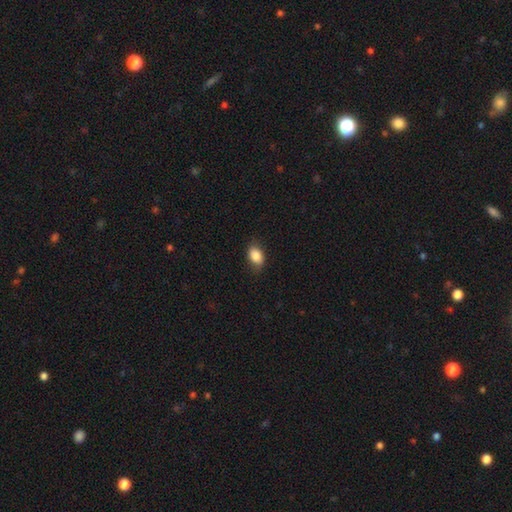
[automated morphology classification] A smooth galaxy with no disk features (86%) that is in between round and cigar-shaped (83%).

Vote fractions:
- Smooth or featured? smooth: 86% / star or artifact: 8% / featured or disk: 6%
- How rounded? in between: 83% / round: 16% / cigar-shaped: 2%
- Merging? none: 78% / minor disturbance: 18% / major disturbance: 4% / merger: 1%